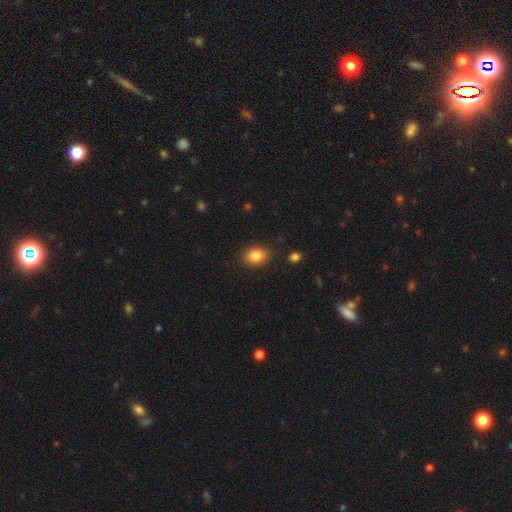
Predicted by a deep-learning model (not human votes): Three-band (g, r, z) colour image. It shows a smooth galaxy with no disk features (84%) that is in between round and cigar-shaped (71%). Merging: none (86%).